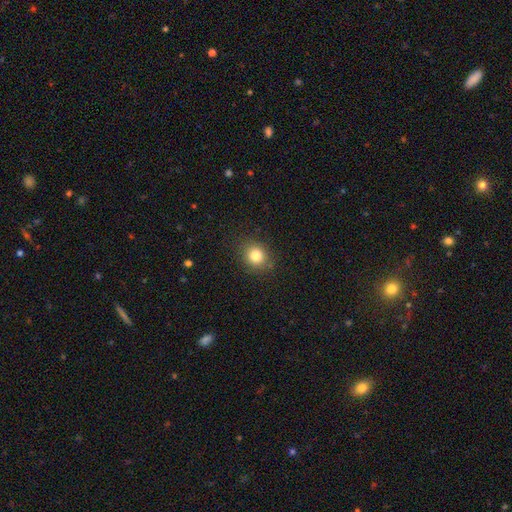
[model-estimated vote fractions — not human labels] Smooth or featured?
  - smooth: 82% *
  - star or artifact: 12%
  - featured or disk: 6%
How rounded?
  - round: 80% *
  - in between: 19%
  - cigar-shaped: 1%
Merging?
  - none: 86% *
  - minor disturbance: 9%
  - major disturbance: 3%
  - merger: 1%